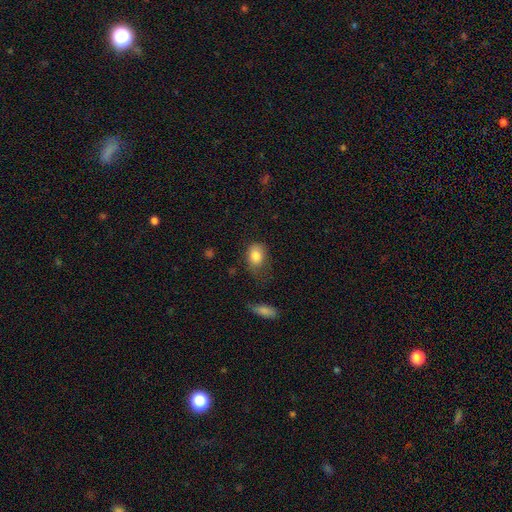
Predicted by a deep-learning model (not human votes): Morphology: type=smooth (83%); roundness=in between (70%); merging=none (47%).